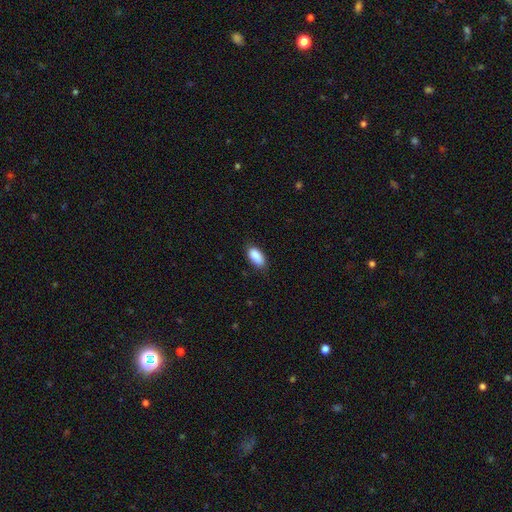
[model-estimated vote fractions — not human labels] smooth-or-featured: smooth: 90% | star or artifact: 7% | featured or disk: 4%
  how-rounded: in between: 92% | cigar-shaped: 5% | round: 3%
  merging: none: 82% | minor disturbance: 14% | major disturbance: 2% | merger: 1%